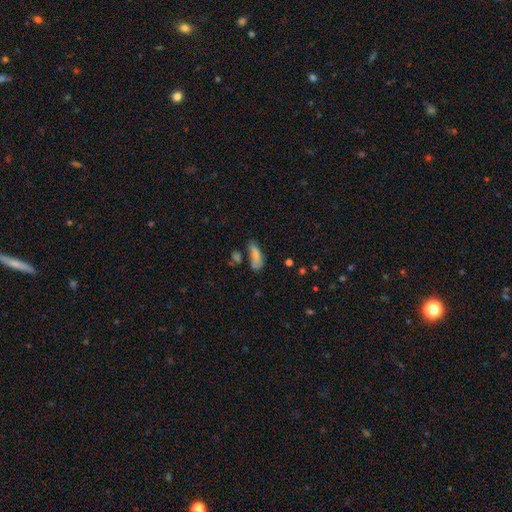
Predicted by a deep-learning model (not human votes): smooth_or_featured: smooth (p=0.78) [alt: featured or disk p=0.12]
how_rounded: in between (p=0.62) [alt: cigar-shaped p=0.35]
merging: none (p=0.44) [alt: minor disturbance p=0.25]